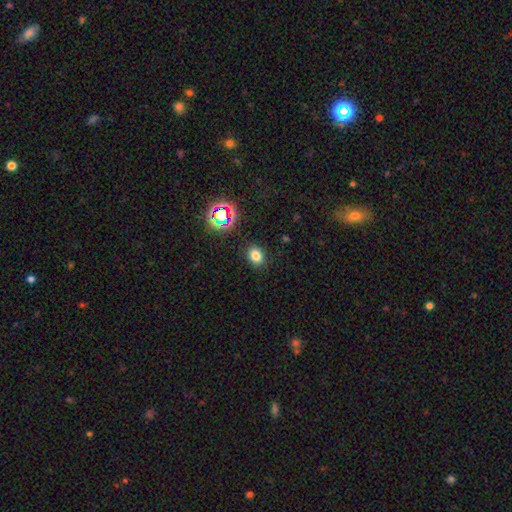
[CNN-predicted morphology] Overall: smooth (75%). How rounded: in between (55%; round 44%). Merging: none (88%).